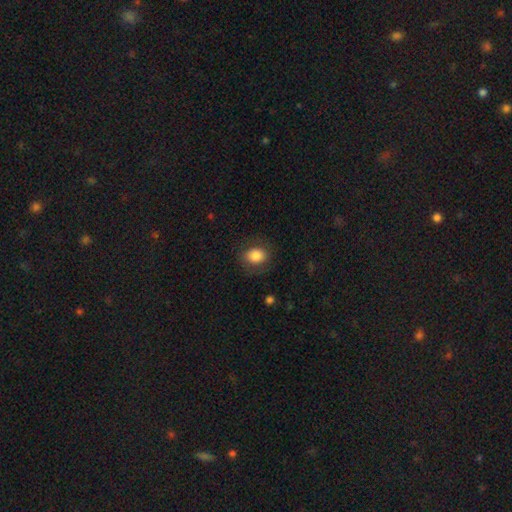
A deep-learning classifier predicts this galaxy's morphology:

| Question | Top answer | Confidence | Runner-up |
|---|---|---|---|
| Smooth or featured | smooth | 82% | featured or disk (10%) |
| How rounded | in between | 53% | round (46%) |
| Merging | none | 78% | minor disturbance (14%) |